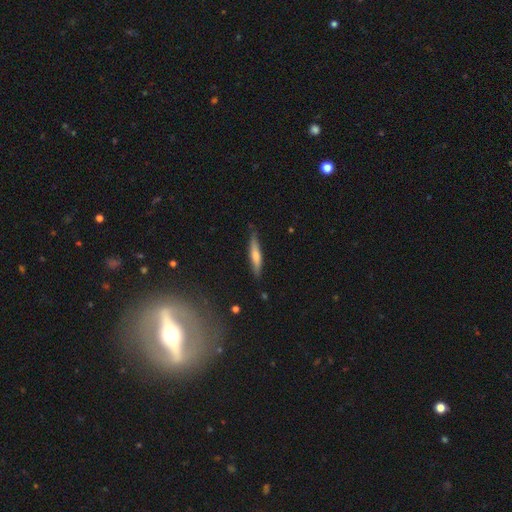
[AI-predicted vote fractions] A smooth galaxy with no disk features (60%) that is cigar-shaped (87%). Merging: none (82%).